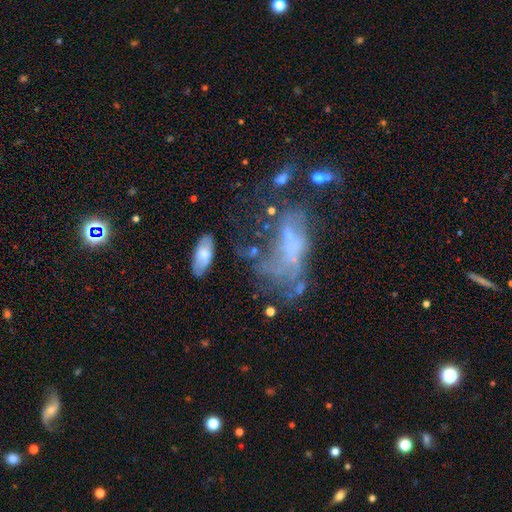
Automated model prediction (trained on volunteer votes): smooth_or_featured: featured or disk (p=0.52) [alt: smooth p=0.27]
disk_edge_on: no (p=0.91) [alt: yes p=0.09]
merging: major disturbance (p=0.40) [alt: none p=0.27]